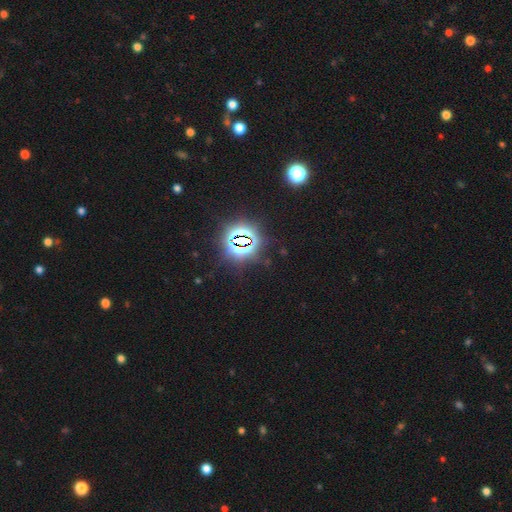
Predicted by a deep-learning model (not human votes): Q: Smooth or featured?
A: star or artifact (83%); runner-up: smooth (11%)